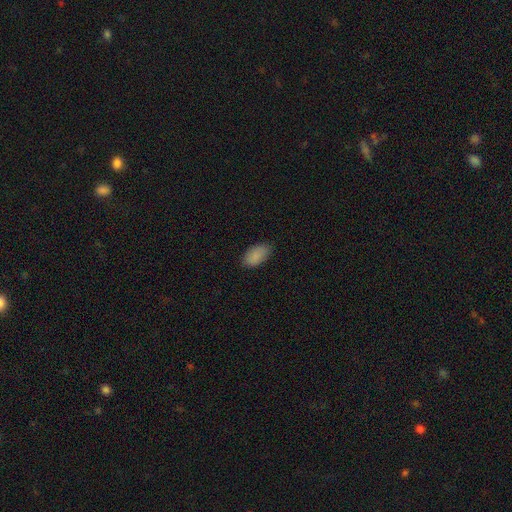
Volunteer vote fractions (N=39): Smooth or featured?
  - smooth: 92% *
  - featured or disk: 8%
  - star or artifact: 0%
How rounded?
  - in between: 86% *
  - cigar-shaped: 8%
  - round: 6%
Merging?
  - none: 79% *
  - minor disturbance: 10%
  - major disturbance: 10%
  - merger: 0%